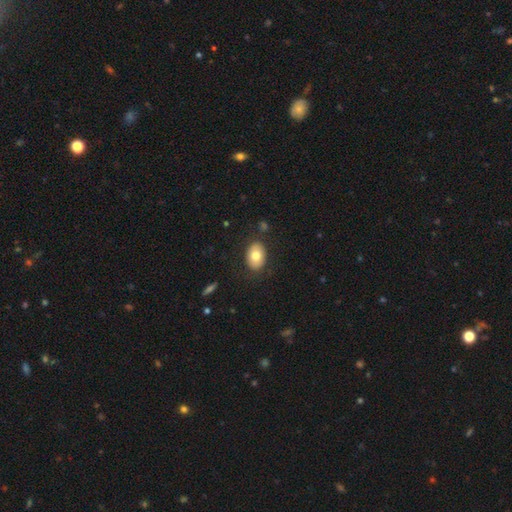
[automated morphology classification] This is likely a smooth galaxy (78%). How rounded: clearly in between (84%). Merging: clearly none (84%).